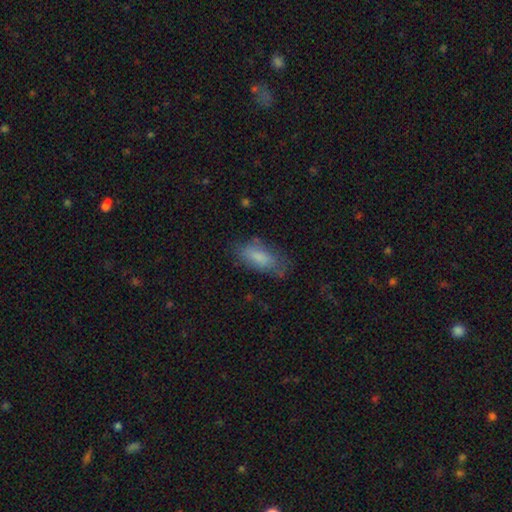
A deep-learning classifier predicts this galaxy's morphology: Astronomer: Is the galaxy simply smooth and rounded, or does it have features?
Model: smooth — 76%.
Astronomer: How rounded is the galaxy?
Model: in between — 81%.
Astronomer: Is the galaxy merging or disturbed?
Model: none — 65%.